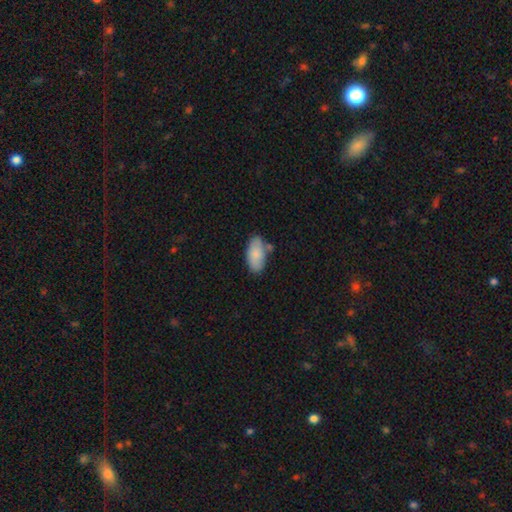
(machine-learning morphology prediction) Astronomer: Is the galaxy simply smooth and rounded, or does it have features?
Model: smooth — 83%.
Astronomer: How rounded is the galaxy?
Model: in between — 94%.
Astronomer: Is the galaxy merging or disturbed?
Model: none — 64%.